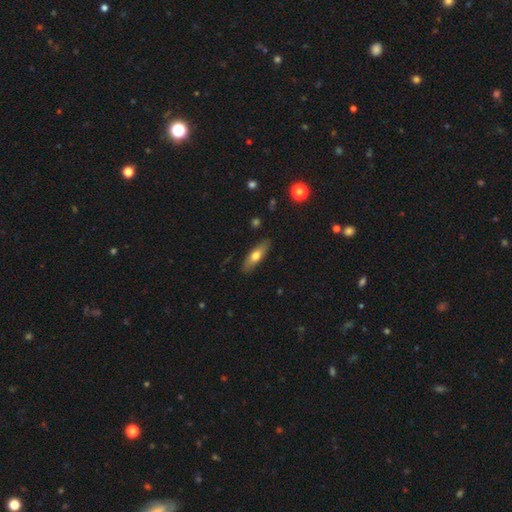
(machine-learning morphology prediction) The model was most divided on "how rounded": cigar-shaped: 51%, in between: 46%, round: 3%. More confident: merging — none (87%); smooth or featured — smooth (60%).